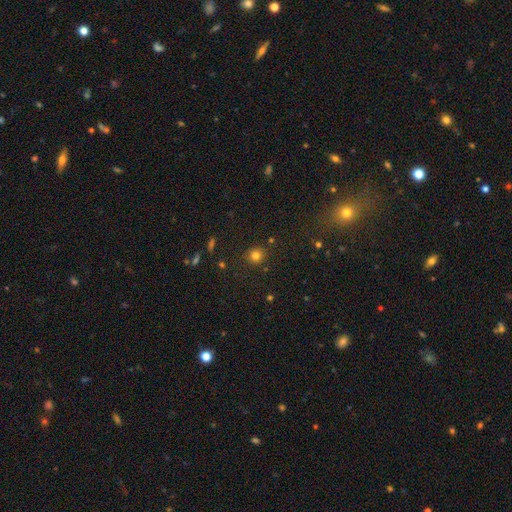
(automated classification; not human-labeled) This appears to be a smooth galaxy with no disk features (78%) that is round (90%). Merging: none (87%).